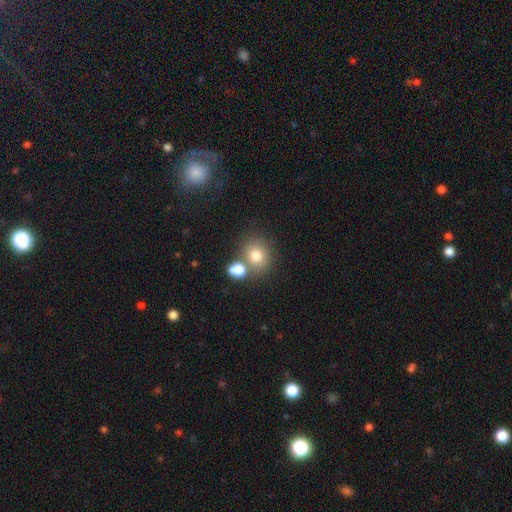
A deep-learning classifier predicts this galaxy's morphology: Smooth or featured: smooth — 78% (star or artifact — 12%)
How rounded: round — 73% (in between — 26%)
Merging: none — 57% (merger — 29%)